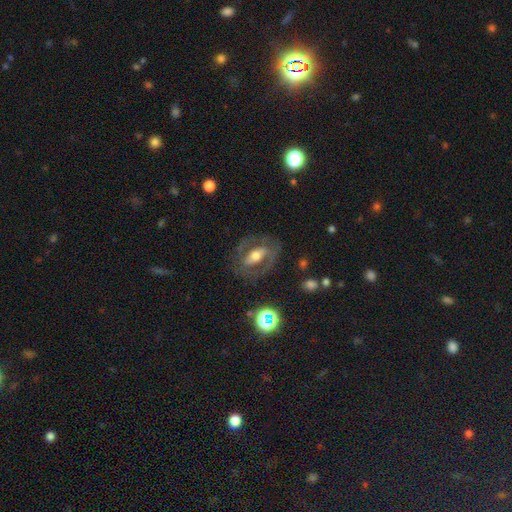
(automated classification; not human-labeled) A featured or disk galaxy (67%) with a strong bar (44%), spiral arms (53%) and a moderate central bulge (60%). Merging: none (73%).